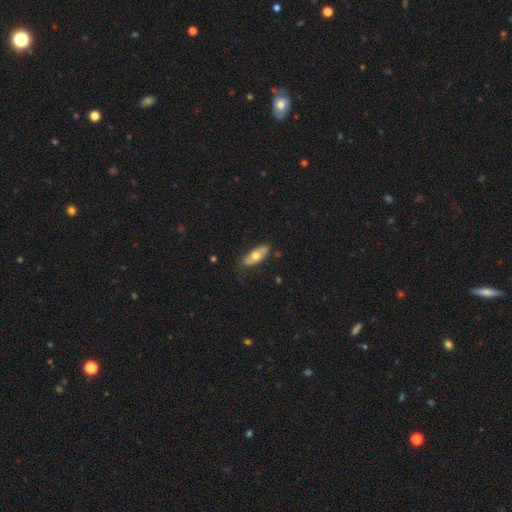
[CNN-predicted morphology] Q: Smooth or featured?
A: smooth (52%); runner-up: featured or disk (42%)
Q: How rounded?
A: in between (75%); runner-up: cigar-shaped (21%)
Q: Merging?
A: none (74%); runner-up: minor disturbance (20%)